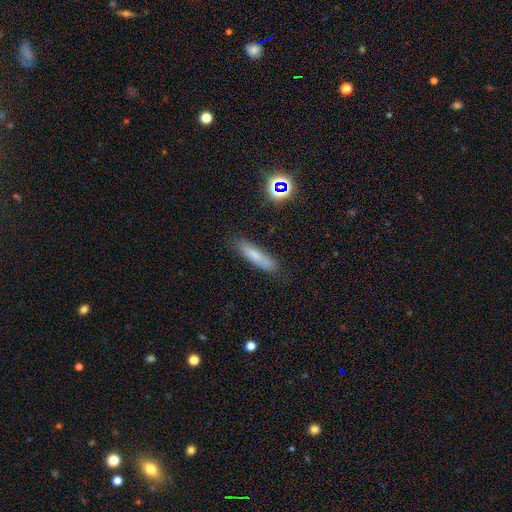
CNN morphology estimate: This is likely a smooth galaxy (69%). How rounded: likely cigar-shaped (77%). Merging: clearly none (80%).